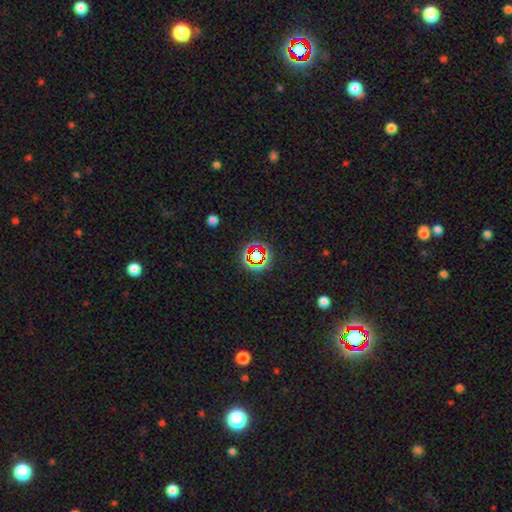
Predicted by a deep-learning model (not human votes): Q: Smooth or featured?
A: star or artifact (69%); runner-up: smooth (19%)